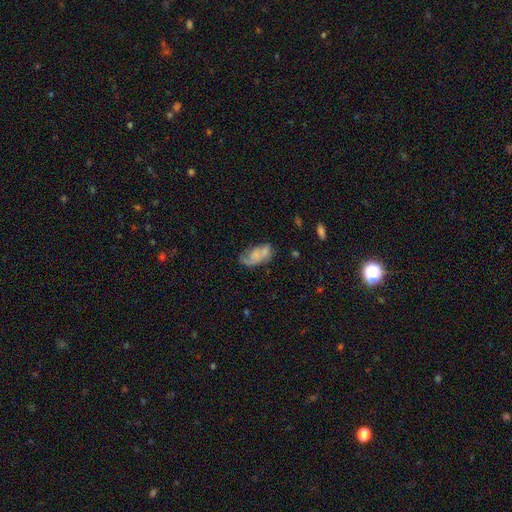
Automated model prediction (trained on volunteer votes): Smooth or featured? smooth (50%)
How rounded? in between (91%)
Merging? none (38%)